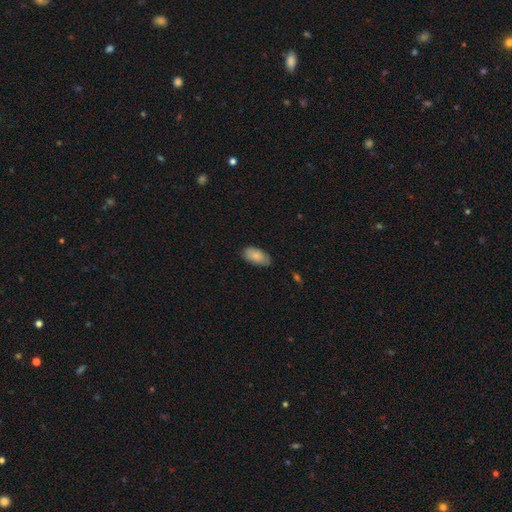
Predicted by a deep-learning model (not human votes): smooth_or_featured: smooth (p=0.85) [alt: featured or disk p=0.09]
how_rounded: in between (p=0.94) [alt: cigar-shaped p=0.04]
merging: none (p=0.79) [alt: minor disturbance p=0.18]